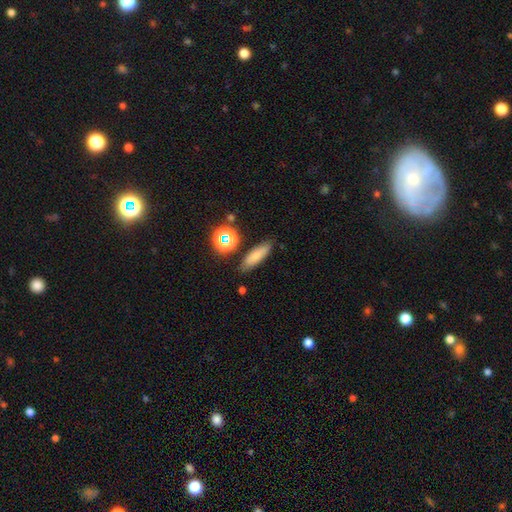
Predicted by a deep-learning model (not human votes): Smooth or featured? smooth (73%)
How rounded? cigar-shaped (48%)
Merging? none (80%)